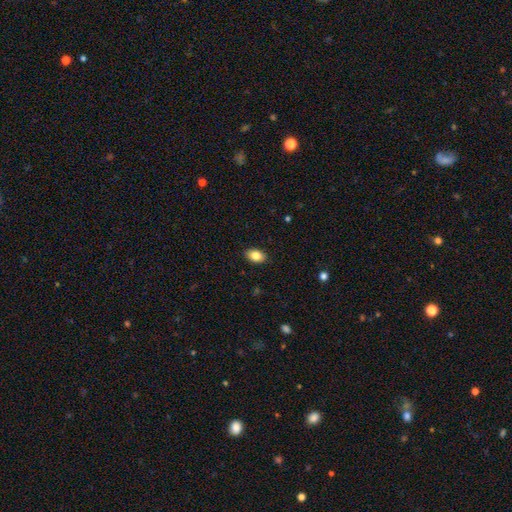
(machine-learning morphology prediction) Q: Smooth or featured?
A: smooth (84%); runner-up: featured or disk (9%)
Q: How rounded?
A: in between (89%); runner-up: round (10%)
Q: Merging?
A: none (89%); runner-up: minor disturbance (8%)